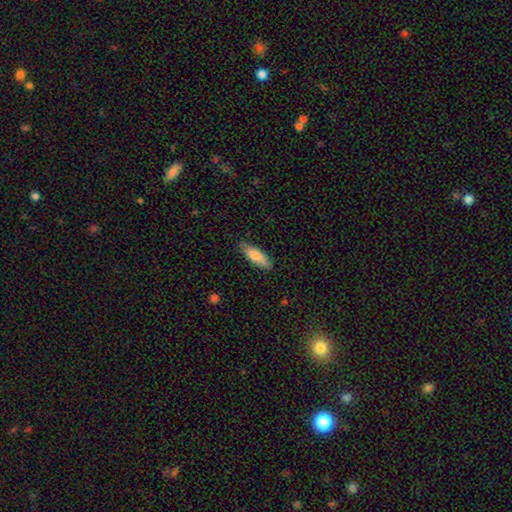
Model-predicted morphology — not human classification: Overall: smooth (82%). How rounded: in between (54%; cigar-shaped 44%). Merging: none (84%).